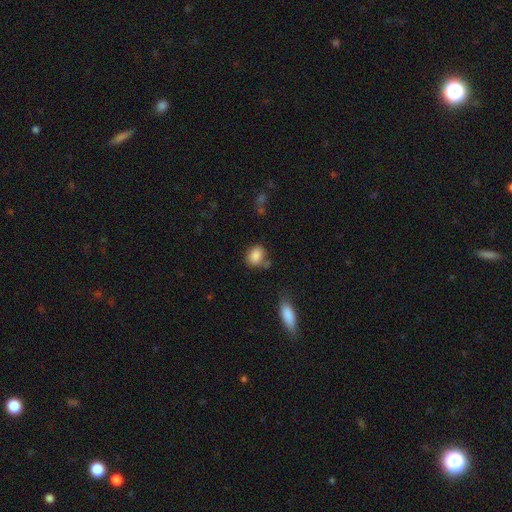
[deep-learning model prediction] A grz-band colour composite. It shows a smooth galaxy with no disk features (86%) that is in between round and cigar-shaped (64%). Merging: none (64%).